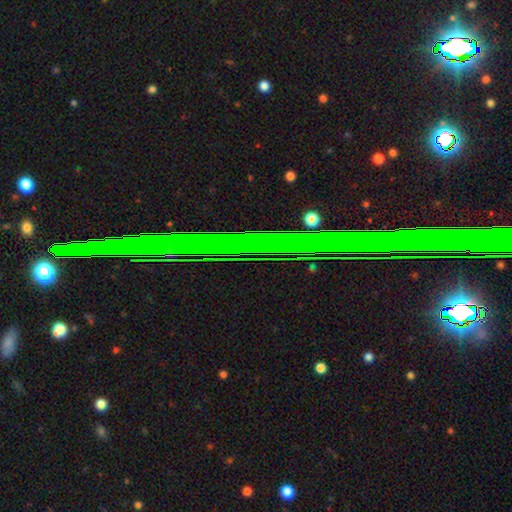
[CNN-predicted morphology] smooth-or-featured: star or artifact: 75% | featured or disk: 16% | smooth: 10%